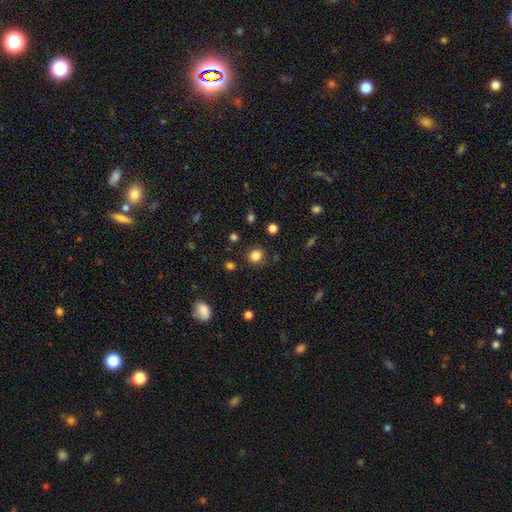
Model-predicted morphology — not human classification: The model was most divided on "how rounded": round: 80%, in between: 19%, cigar-shaped: 1%. More confident: merging — none (85%); smooth or featured — smooth (83%).